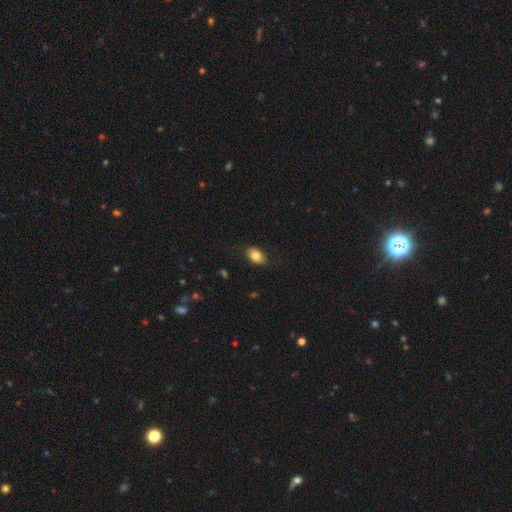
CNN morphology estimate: type=smooth (81%); roundness=in between (86%); merging=none (85%).